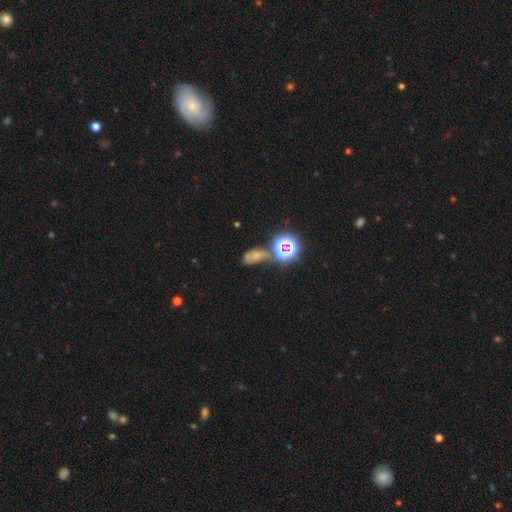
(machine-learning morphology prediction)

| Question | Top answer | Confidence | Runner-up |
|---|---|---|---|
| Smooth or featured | smooth | 47% | star or artifact (34%) |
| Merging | none | 37% | minor disturbance (23%) |